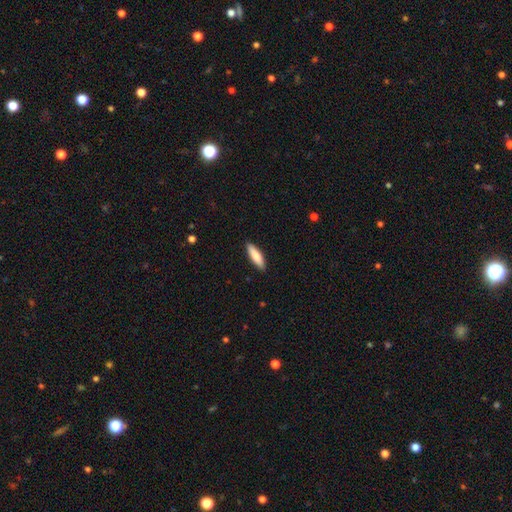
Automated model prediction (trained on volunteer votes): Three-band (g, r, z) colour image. It shows a smooth galaxy with no disk features (82%) that is cigar-shaped (59%). Merging: none (89%).